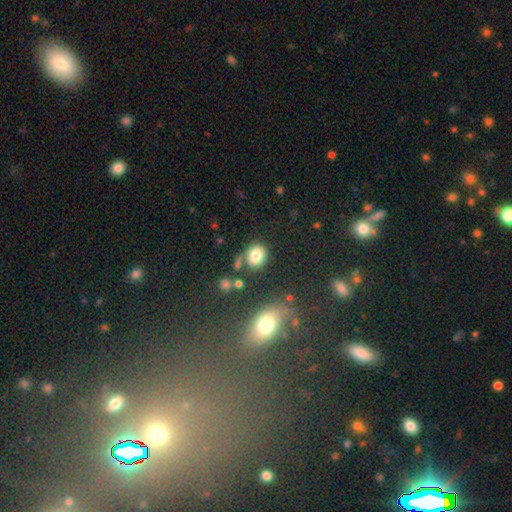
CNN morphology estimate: A smooth galaxy with no disk features (81%) that is round (64%). Merging: none (72%).